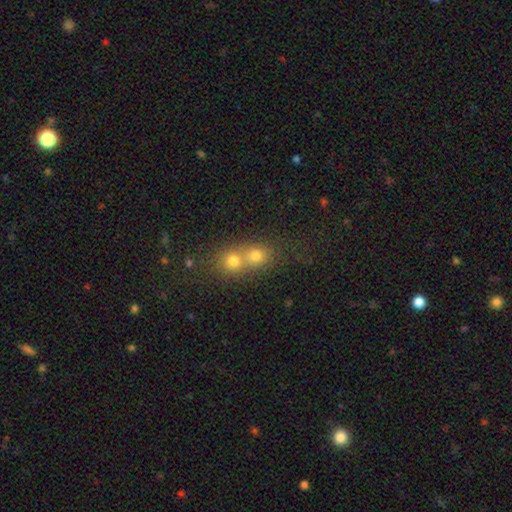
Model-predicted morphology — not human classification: Smooth or featured? smooth (73%)
How rounded? round (73%)
Merging? merger (63%)